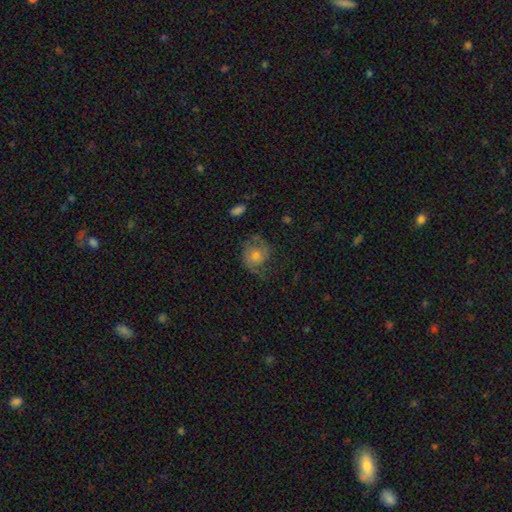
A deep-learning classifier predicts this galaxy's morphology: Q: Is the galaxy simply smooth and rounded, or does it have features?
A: featured or disk — 64%.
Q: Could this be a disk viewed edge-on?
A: no — 97%.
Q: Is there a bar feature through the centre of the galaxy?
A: no — 76%.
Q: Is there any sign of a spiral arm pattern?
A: yes — 87%.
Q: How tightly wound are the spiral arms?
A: medium — 43%.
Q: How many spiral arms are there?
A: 2 — 72%.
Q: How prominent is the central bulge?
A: moderate — 53%.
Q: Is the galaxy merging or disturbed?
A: none — 59%.